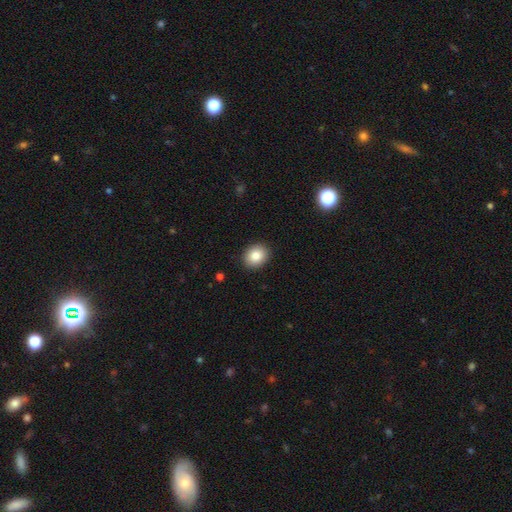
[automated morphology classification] Overall: smooth (85%). How rounded: round (57%; in between 43%). Merging: none (90%).